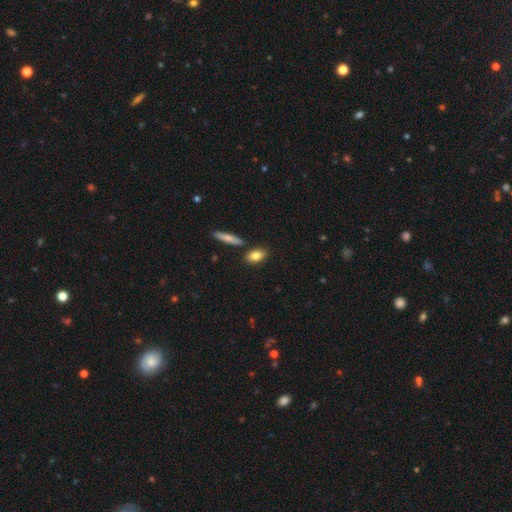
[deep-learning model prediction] A smooth galaxy with no disk features (82%) that is in between round and cigar-shaped (78%).

Vote fractions:
- Smooth or featured? smooth: 82% / featured or disk: 11% / star or artifact: 7%
- How rounded? in between: 78% / round: 11% / cigar-shaped: 10%
- Merging? none: 81% / minor disturbance: 10% / merger: 7% / major disturbance: 2%